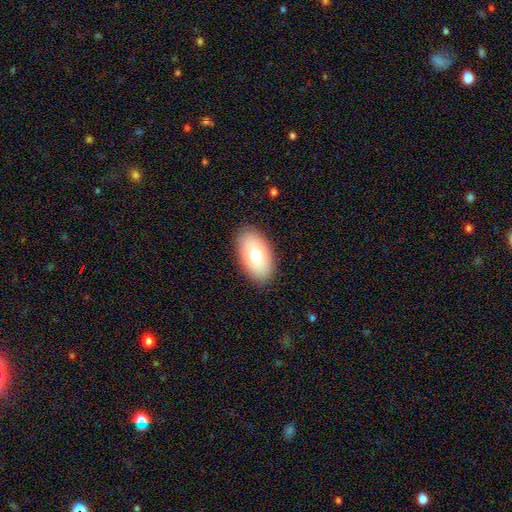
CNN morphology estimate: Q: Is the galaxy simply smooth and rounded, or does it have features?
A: smooth — 73%.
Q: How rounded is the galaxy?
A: in between — 94%.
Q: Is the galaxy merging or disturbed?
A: none — 88%.